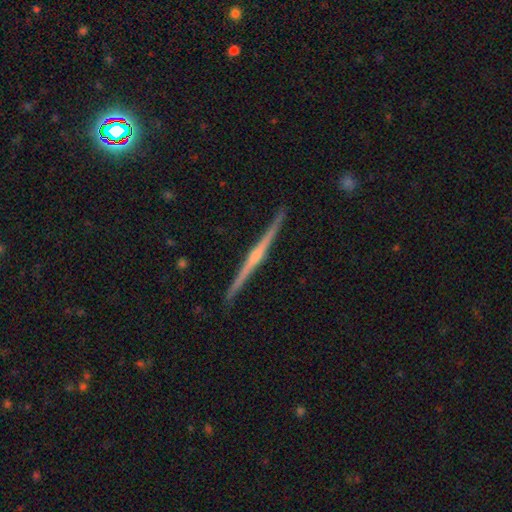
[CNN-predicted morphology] smooth-or-featured: featured or disk: 85% | smooth: 10% | star or artifact: 5%
  disk-edge-on: yes: 99% | no: 1%
    edge-on-bulge: rounded: 76% | none: 16% | boxy: 8%
  merging: none: 92% | minor disturbance: 6% | major disturbance: 1% | merger: 1%